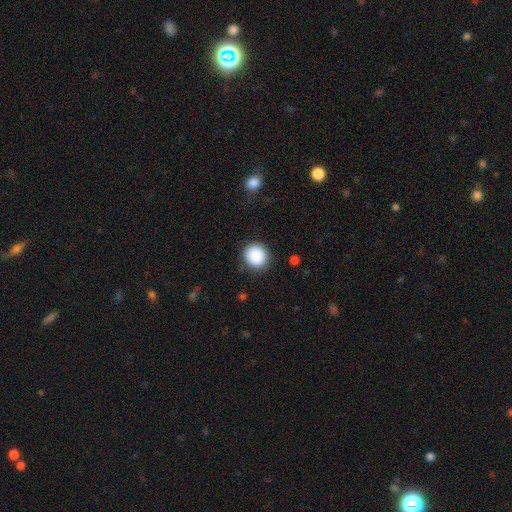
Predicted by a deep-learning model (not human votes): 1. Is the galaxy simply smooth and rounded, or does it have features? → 89% smooth, 8% star or artifact, 3% featured or disk.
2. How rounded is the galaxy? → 87% round, 12% in between, 1% cigar-shaped.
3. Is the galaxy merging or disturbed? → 87% none, 9% minor disturbance, 3% major disturbance, 1% merger.